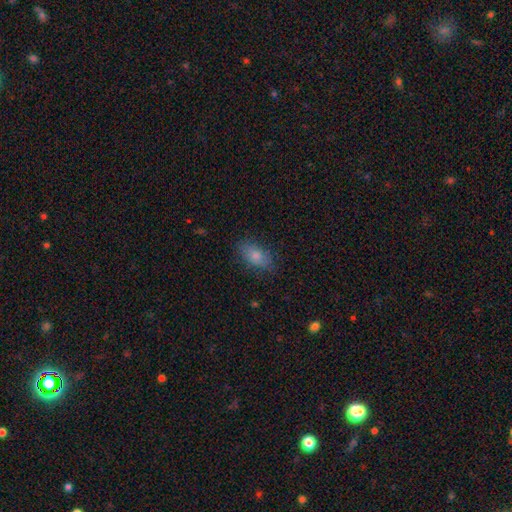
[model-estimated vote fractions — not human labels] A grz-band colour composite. It shows a smooth galaxy with no disk features (79%) that is in between round and cigar-shaped (89%). Merging: none (82%).